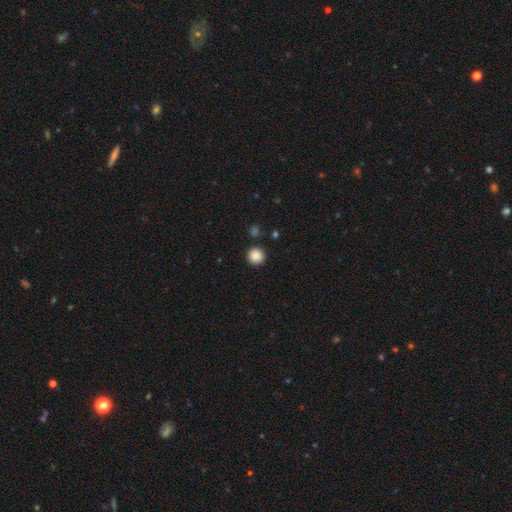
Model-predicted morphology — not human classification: This is clearly a smooth galaxy (88%). How rounded: clearly round (95%). Merging: clearly none (90%).